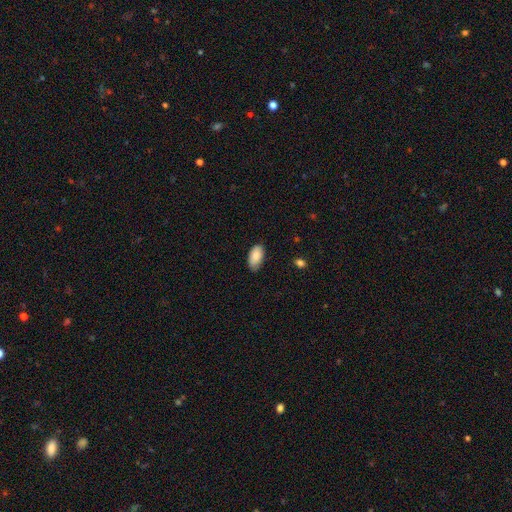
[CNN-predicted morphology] This is clearly a smooth galaxy (87%). How rounded: clearly in between (95%). Merging: likely none (77%).